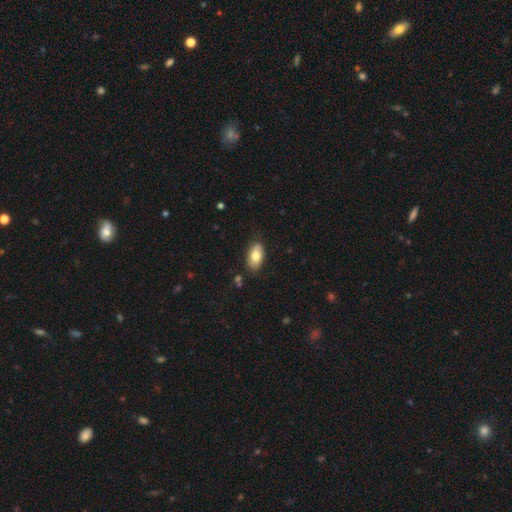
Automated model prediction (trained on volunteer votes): Smooth or featured? smooth (79%)
How rounded? in between (93%)
Merging? none (82%)